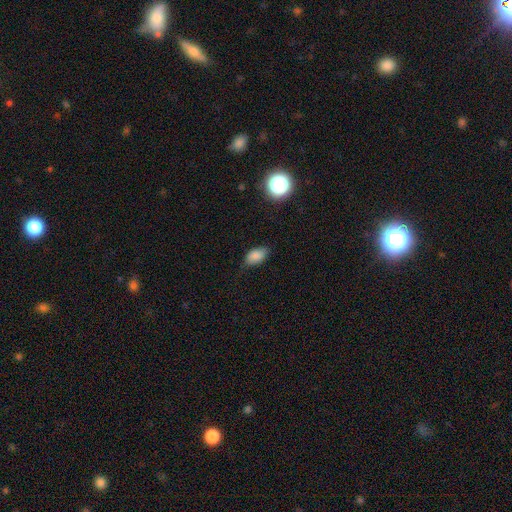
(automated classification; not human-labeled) Morphology: type=smooth (84%); roundness=in between (89%); merging=none (72%).